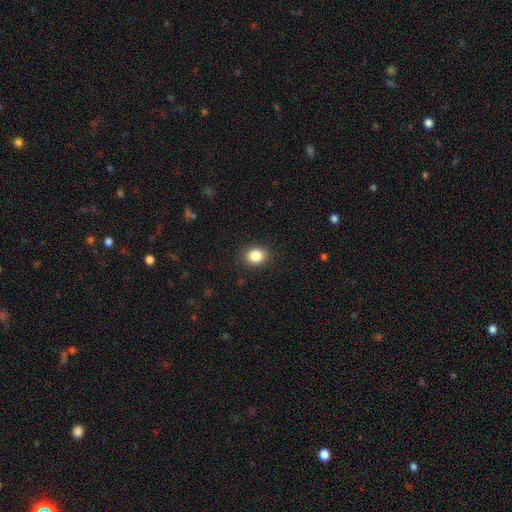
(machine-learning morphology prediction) type=smooth (86%); roundness=round (62%); merging=none (90%).